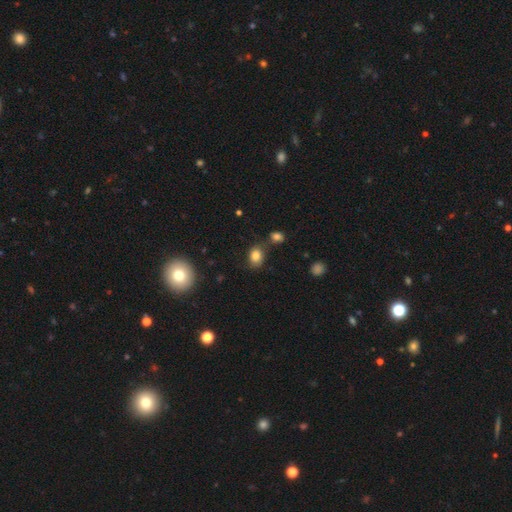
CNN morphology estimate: Smooth or featured: smooth — 81% (star or artifact — 11%)
How rounded: in between — 65% (round — 34%)
Merging: none — 68% (minor disturbance — 16%)